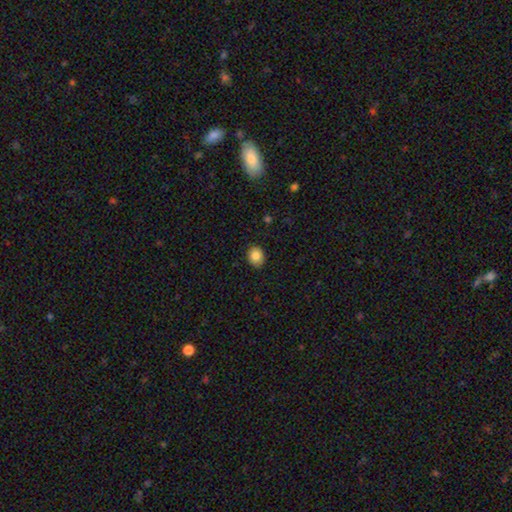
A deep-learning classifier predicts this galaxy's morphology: Smooth or featured? smooth (85%)
How rounded? round (52%)
Merging? none (89%)